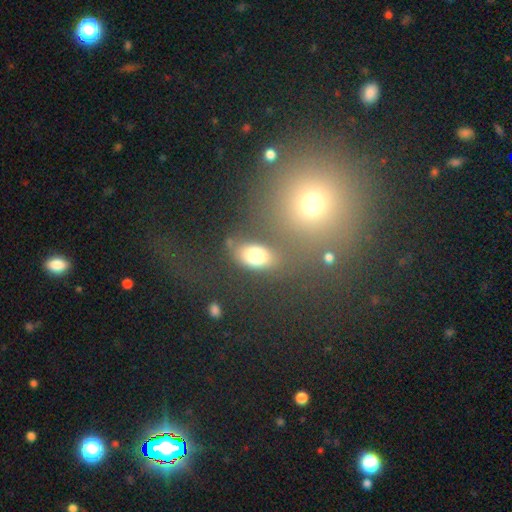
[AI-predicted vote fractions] smooth-or-featured: smooth: 76% | featured or disk: 12% | star or artifact: 12%
  how-rounded: in between: 81% | round: 15% | cigar-shaped: 4%
  merging: none: 70% | minor disturbance: 15% | merger: 8% | major disturbance: 7%